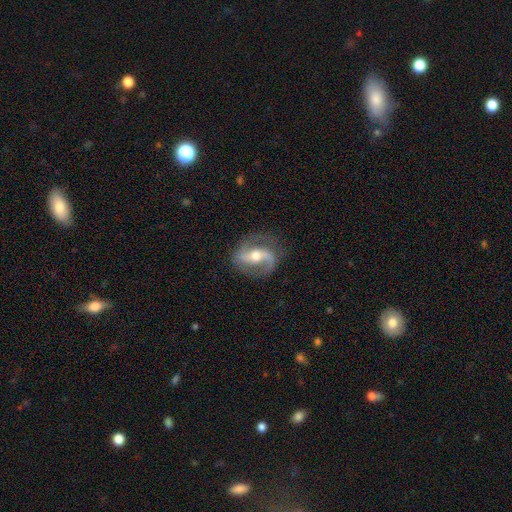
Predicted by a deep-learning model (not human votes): Smooth or featured?
  - featured or disk: 88% *
  - smooth: 7%
  - star or artifact: 5%
Edge-on disk?
  - no: 97% *
  - yes: 3%
Bar?
  - strong: 40% *
  - weak: 37%
  - no: 23%
Spiral arms?
  - yes: 96% *
  - no: 4%
Spiral winding?
  - medium: 48% *
  - loose: 36%
  - tight: 16%
Spiral arm count?
  - 2: 89% *
  - 1: 5%
  - can't tell: 3%
  - 3: 1%
  - 4: 1%
  - more than 4: 1%
Bulge size?
  - moderate: 68% *
  - small: 26%
  - large: 4%
  - none: 1%
  - dominant: 1%
Merging?
  - none: 80% *
  - minor disturbance: 13%
  - major disturbance: 6%
  - merger: 1%